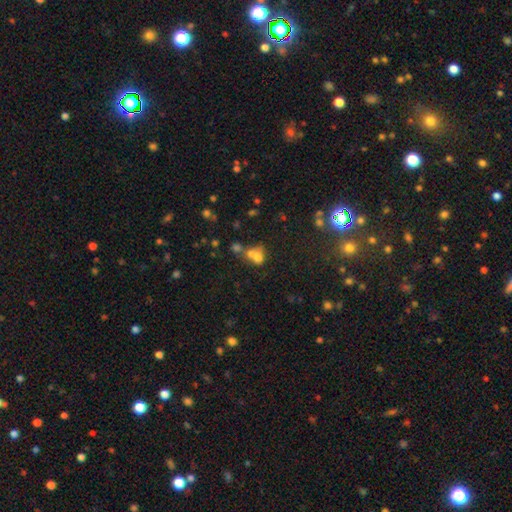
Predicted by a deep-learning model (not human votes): A smooth galaxy with no disk features (63%) that is round (57%). Merging: merger (61%).